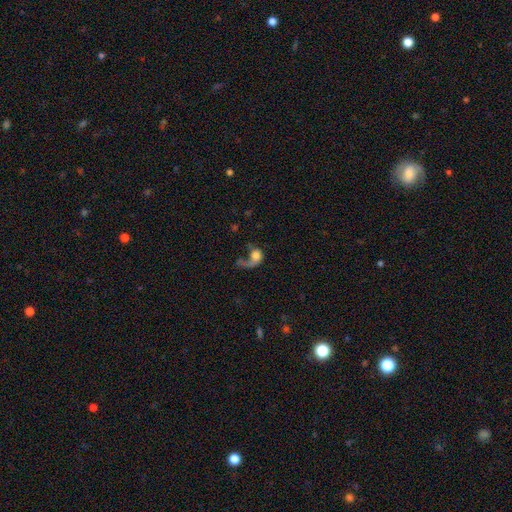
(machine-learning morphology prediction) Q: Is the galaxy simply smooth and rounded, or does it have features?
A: smooth — 50%.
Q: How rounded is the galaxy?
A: round — 60%.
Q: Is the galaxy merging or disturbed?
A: major disturbance — 55%.